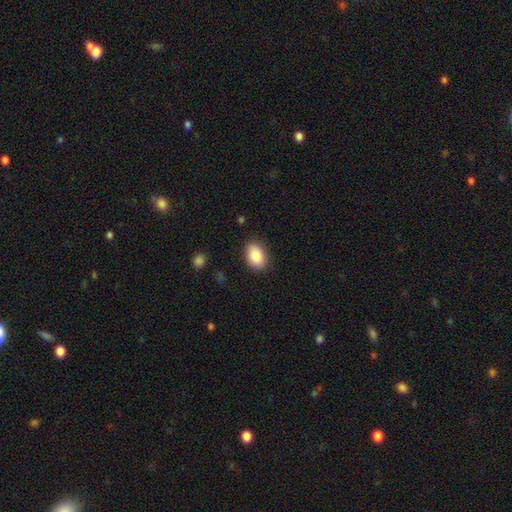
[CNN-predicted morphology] Overall: smooth (88%). How rounded: in between (89%). Merging: none (85%).